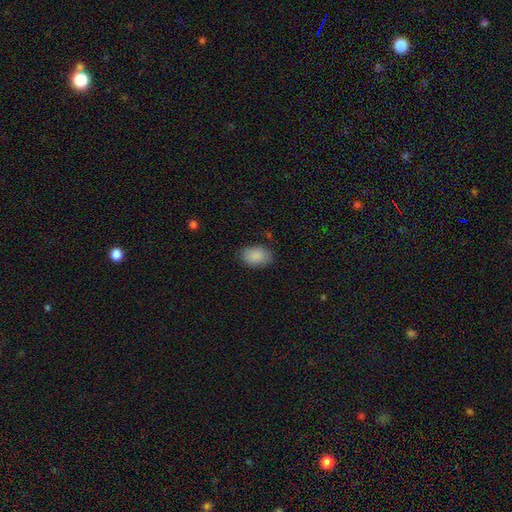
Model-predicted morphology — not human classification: This appears to be a smooth galaxy with no disk features (89%) that is in between round and cigar-shaped (85%). Merging: none (82%).